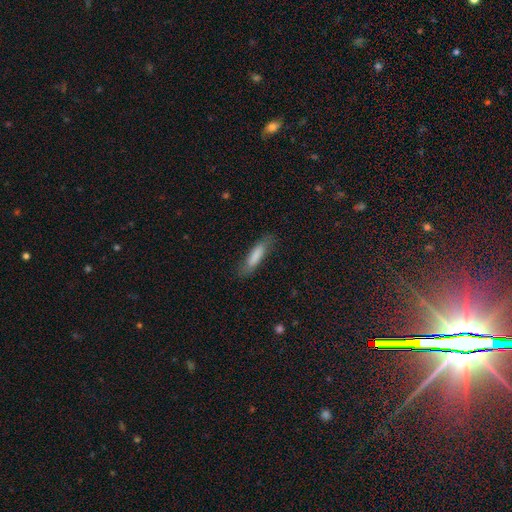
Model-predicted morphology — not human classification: This is clearly a smooth galaxy (81%). How rounded: likely cigar-shaped (73%). Merging: likely none (76%).